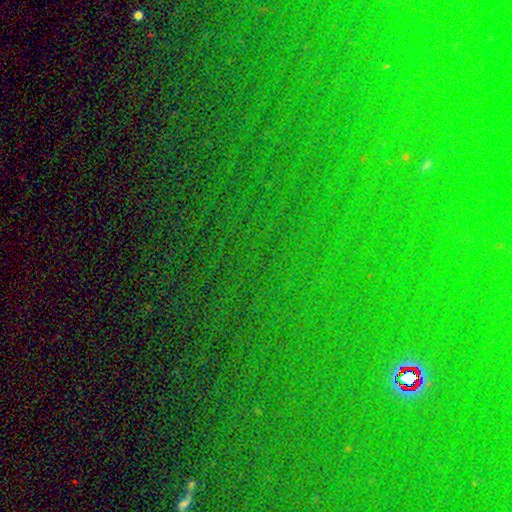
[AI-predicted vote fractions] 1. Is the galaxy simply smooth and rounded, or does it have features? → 81% star or artifact, 11% smooth, 8% featured or disk.